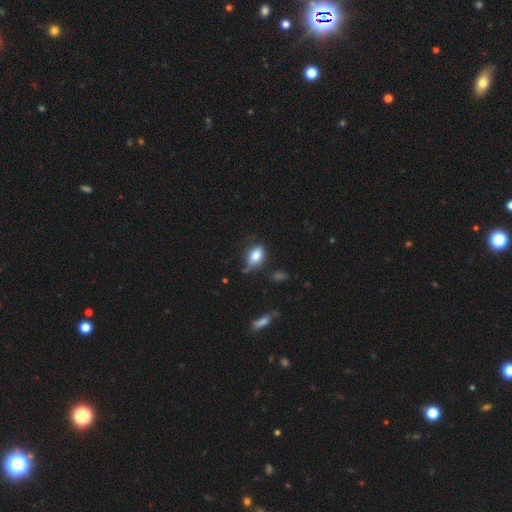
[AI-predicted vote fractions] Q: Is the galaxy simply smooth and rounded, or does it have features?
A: smooth — 82%.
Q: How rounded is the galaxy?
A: in between — 80%.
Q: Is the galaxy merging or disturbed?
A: none — 61%.